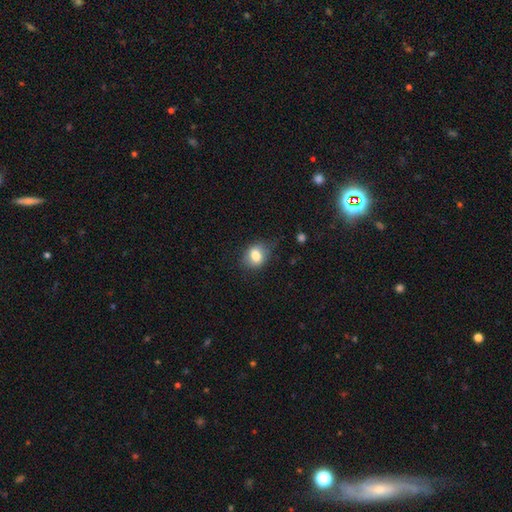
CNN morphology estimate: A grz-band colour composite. It shows a smooth galaxy with no disk features (77%) that is round (53%). Merging: none (69%).